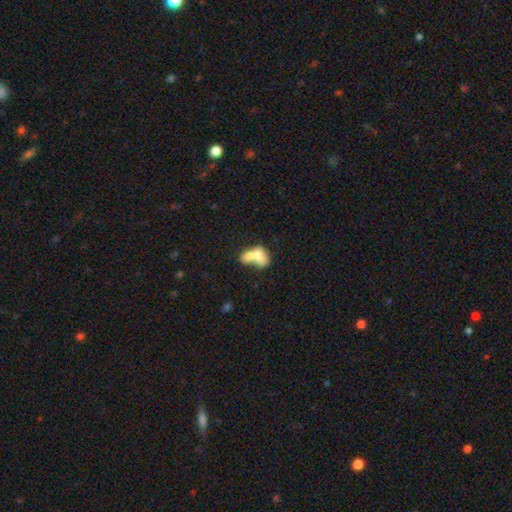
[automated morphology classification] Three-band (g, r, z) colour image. It shows a smooth galaxy with no disk features (64%) that is in between round and cigar-shaped (72%). Merging: merger (77%).